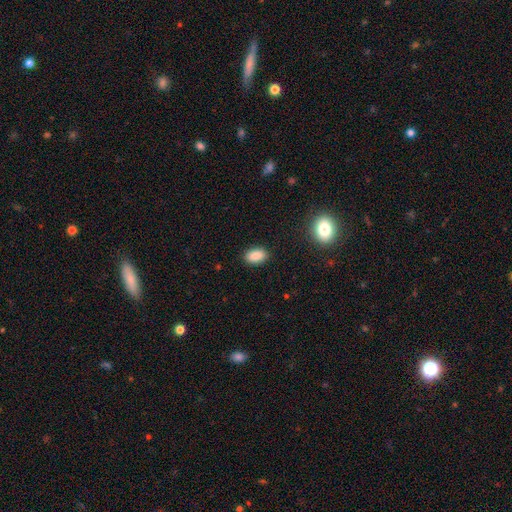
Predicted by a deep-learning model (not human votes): This is clearly a smooth galaxy (87%). How rounded: clearly in between (90%). Merging: clearly none (89%).